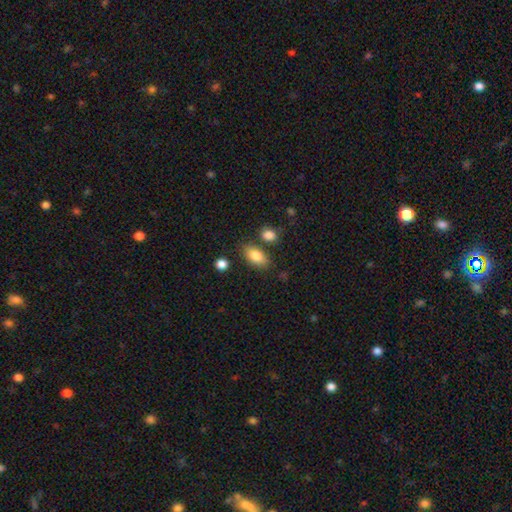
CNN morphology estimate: type=smooth (84%); roundness=in between (89%); merging=none (76%).